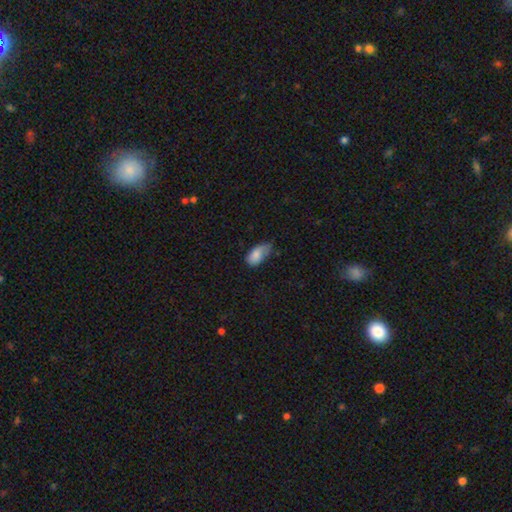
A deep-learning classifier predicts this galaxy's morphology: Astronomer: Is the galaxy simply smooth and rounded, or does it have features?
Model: smooth — 82%.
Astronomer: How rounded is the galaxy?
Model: in between — 93%.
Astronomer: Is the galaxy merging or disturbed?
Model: minor disturbance — 45% (runner-up: none, 38%).